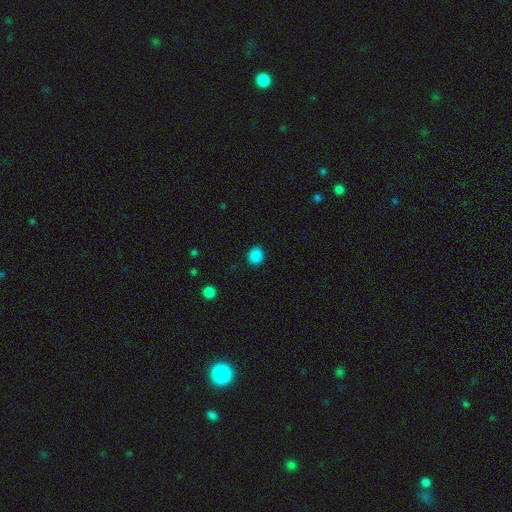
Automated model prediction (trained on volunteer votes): The model was most divided on "how rounded": round: 68%, in between: 31%, cigar-shaped: 1%. More confident: merging — none (89%); smooth or featured — smooth (87%).